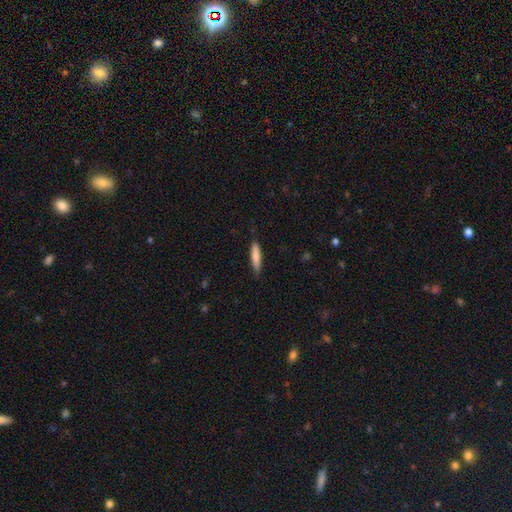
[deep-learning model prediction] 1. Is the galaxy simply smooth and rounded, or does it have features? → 81% smooth, 14% featured or disk, 5% star or artifact.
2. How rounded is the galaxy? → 85% cigar-shaped, 14% in between, 1% round.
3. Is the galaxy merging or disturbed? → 84% none, 13% minor disturbance, 2% major disturbance, 1% merger.